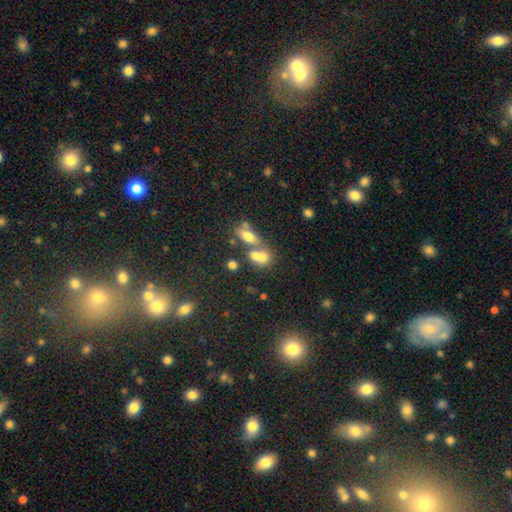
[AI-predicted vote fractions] Overall: smooth (67%). How rounded: in between (61%; round 34%). Merging: merger (61%; none 26%).